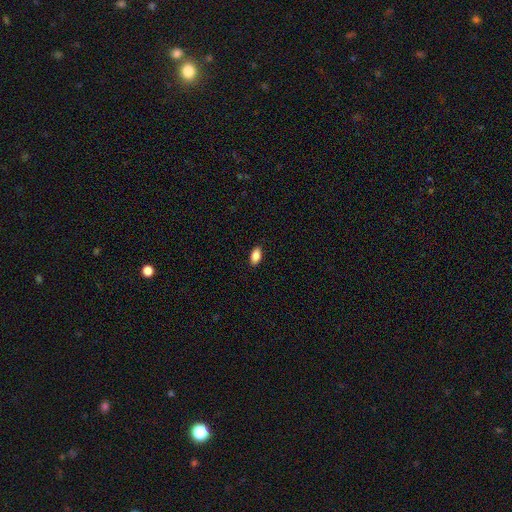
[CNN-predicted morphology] Smooth or featured? smooth (87%)
How rounded? in between (92%)
Merging? none (89%)